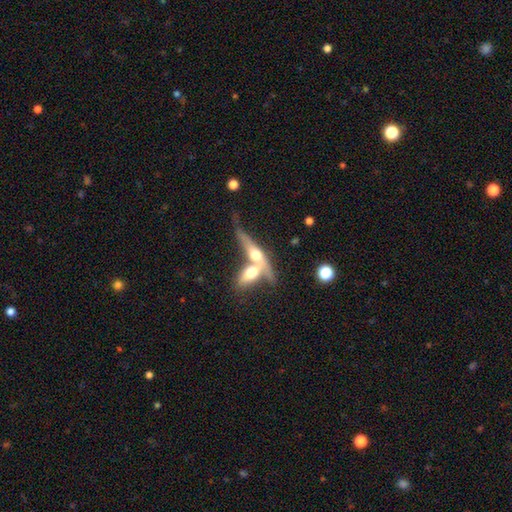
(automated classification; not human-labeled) Overall: featured or disk (55%; smooth 39%). Edge-on disk: yes (75%). Merging: merger (67%).